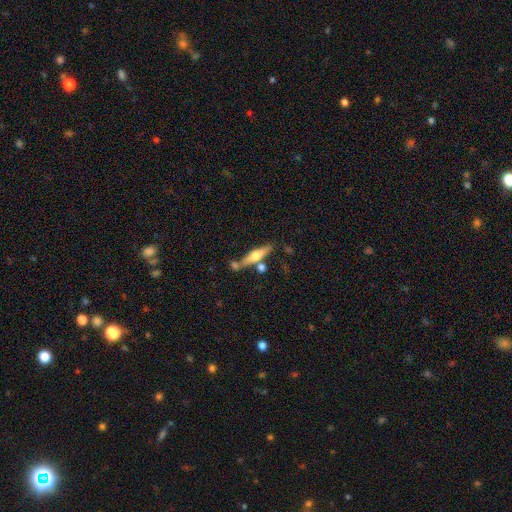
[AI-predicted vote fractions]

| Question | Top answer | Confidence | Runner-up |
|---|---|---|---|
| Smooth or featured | featured or disk | 56% | smooth (38%) |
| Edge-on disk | yes | 94% | no (6%) |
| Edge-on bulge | rounded | 90% | boxy (6%) |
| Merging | none | 66% | merger (16%) |